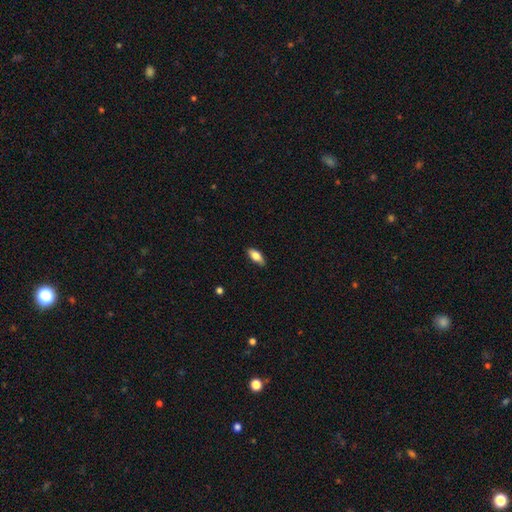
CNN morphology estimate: smooth_or_featured: smooth (p=0.77) [alt: featured or disk p=0.17]
how_rounded: in between (p=0.82) [alt: cigar-shaped p=0.15]
merging: none (p=0.81) [alt: minor disturbance p=0.15]